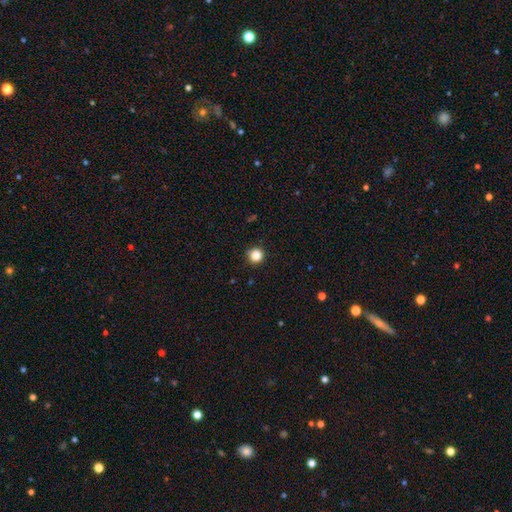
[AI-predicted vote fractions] smooth-or-featured: smooth: 85% | star or artifact: 12% | featured or disk: 3%
  how-rounded: round: 95% | in between: 5% | cigar-shaped: 1%
  merging: none: 90% | minor disturbance: 7% | major disturbance: 2% | merger: 1%